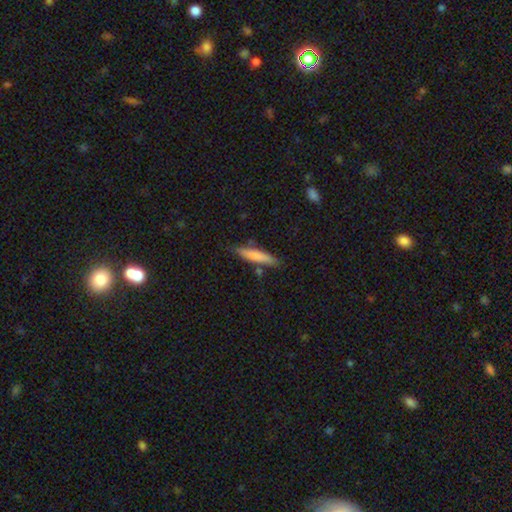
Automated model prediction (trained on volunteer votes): Smooth or featured: smooth — 76% (featured or disk — 18%)
How rounded: cigar-shaped — 85% (in between — 13%)
Merging: none — 77% (minor disturbance — 15%)